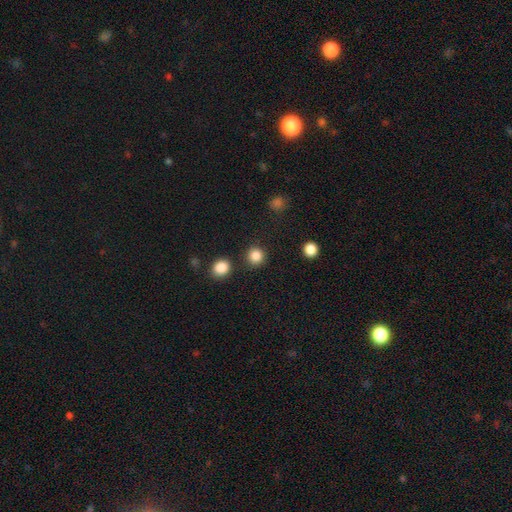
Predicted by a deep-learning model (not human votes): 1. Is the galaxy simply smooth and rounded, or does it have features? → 86% smooth, 11% star or artifact, 3% featured or disk.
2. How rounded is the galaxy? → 92% round, 7% in between, 1% cigar-shaped.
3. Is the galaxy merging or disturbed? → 87% none, 6% minor disturbance, 4% merger, 2% major disturbance.